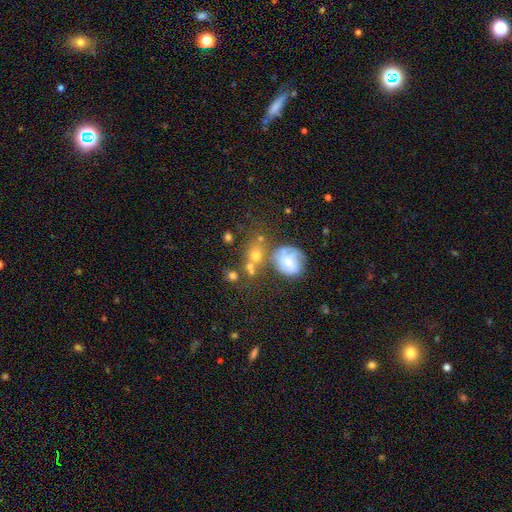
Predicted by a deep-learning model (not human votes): smooth-or-featured: smooth: 49% | featured or disk: 34% | star or artifact: 17%
  merging: none: 49% | merger: 25% | minor disturbance: 16% | major disturbance: 10%